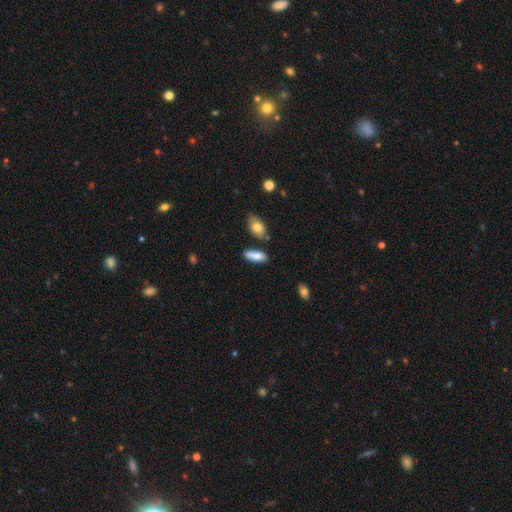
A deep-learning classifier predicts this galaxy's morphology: type=smooth (82%); roundness=in between (73%); merging=none (72%).